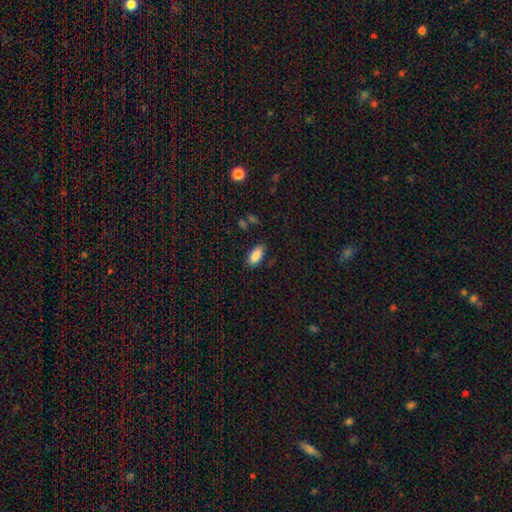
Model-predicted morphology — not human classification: A smooth galaxy with no disk features (87%) that is in between round and cigar-shaped (91%). Merging: none (81%).